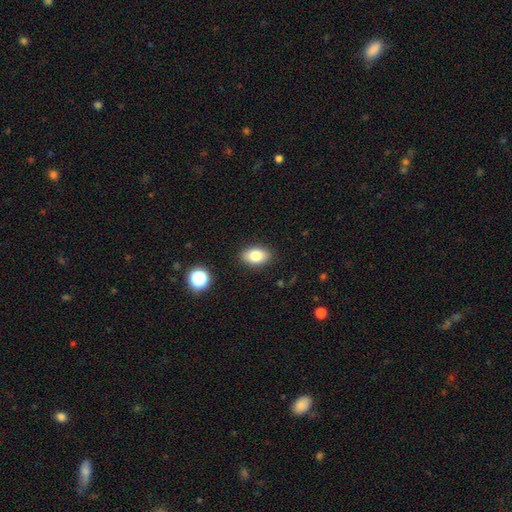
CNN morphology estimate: smooth_or_featured: smooth (p=0.81) [alt: featured or disk p=0.10]
how_rounded: in between (p=0.88) [alt: round p=0.11]
merging: none (p=0.88) [alt: minor disturbance p=0.09]